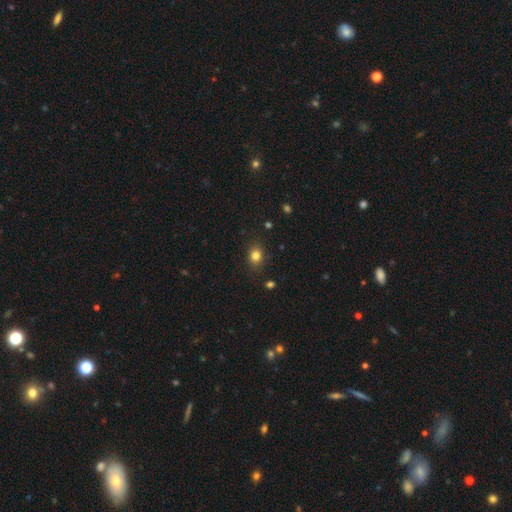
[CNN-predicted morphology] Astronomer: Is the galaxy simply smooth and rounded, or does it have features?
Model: smooth — 81%.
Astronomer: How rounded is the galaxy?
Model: round — 50% (runner-up: in between, 49%).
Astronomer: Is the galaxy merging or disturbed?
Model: none — 85%.